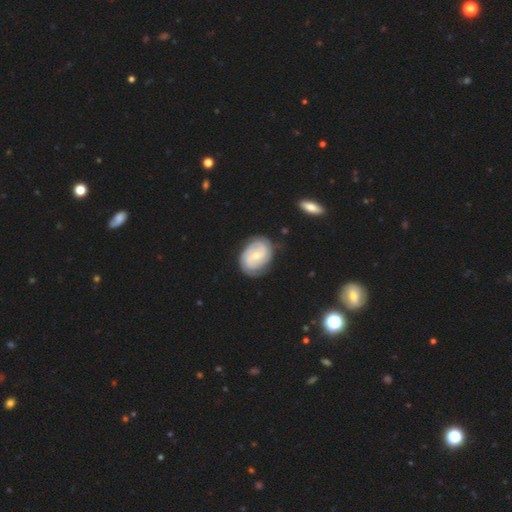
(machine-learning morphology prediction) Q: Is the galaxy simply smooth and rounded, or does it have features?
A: featured or disk — 75%.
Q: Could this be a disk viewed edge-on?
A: no — 97%.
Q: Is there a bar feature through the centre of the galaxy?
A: no — 54%.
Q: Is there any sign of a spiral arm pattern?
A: yes — 92%.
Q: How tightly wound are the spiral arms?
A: tight — 67%.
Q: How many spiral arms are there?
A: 2 — 37%.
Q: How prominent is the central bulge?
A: small — 58%.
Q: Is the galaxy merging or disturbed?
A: none — 74%.